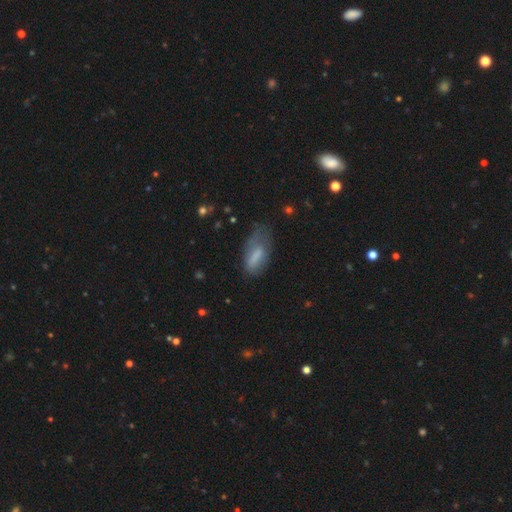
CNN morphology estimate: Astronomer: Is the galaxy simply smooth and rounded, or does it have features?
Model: smooth — 71%.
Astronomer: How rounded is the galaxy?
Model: in between — 77%.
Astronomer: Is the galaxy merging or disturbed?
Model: none — 42% (runner-up: minor disturbance, 34%).